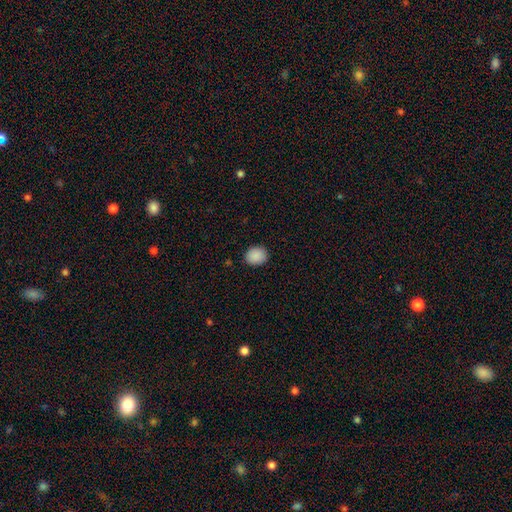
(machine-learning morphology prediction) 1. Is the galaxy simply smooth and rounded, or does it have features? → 89% smooth, 8% star or artifact, 3% featured or disk.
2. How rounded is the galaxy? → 67% round, 33% in between, 1% cigar-shaped.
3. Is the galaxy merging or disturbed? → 88% none, 9% minor disturbance, 2% major disturbance, 1% merger.